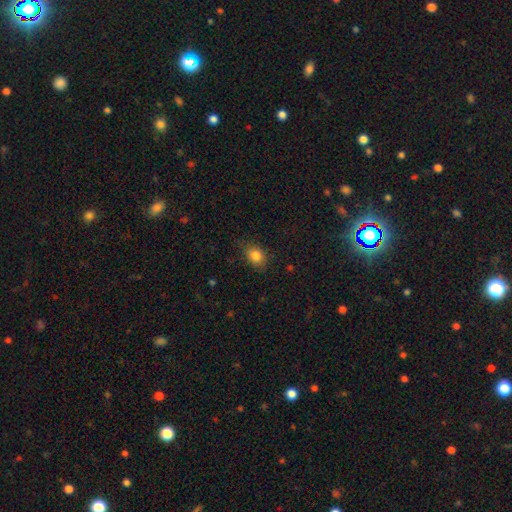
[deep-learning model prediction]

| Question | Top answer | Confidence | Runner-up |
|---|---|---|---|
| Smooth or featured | smooth | 83% | star or artifact (10%) |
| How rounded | in between | 64% | round (34%) |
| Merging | none | 74% | minor disturbance (20%) |